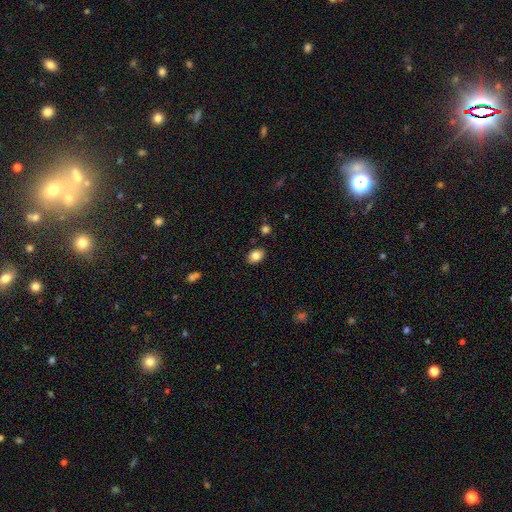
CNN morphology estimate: The model was most divided on "how rounded": in between: 76%, round: 23%, cigar-shaped: 1%. More confident: merging — none (86%); smooth or featured — smooth (84%).